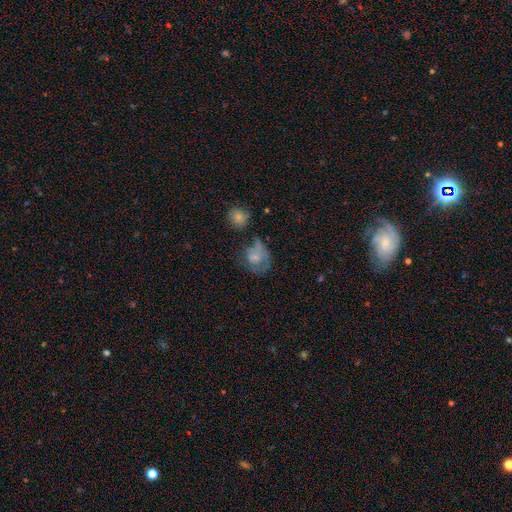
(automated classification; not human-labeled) smooth_or_featured: smooth (p=0.59) [alt: featured or disk p=0.30]
how_rounded: round (p=0.55) [alt: in between p=0.44]
merging: major disturbance (p=0.34) [alt: none p=0.31]